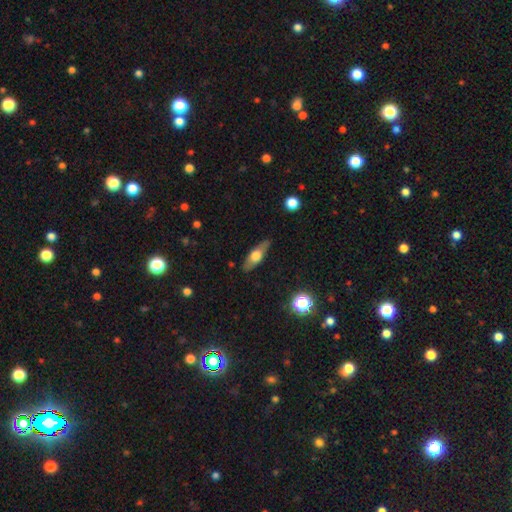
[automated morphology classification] Overall: smooth (50%; featured or disk 44%). Merging: none (82%).